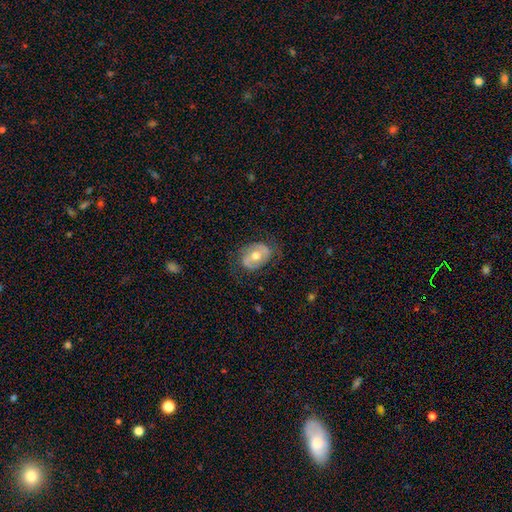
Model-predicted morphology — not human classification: Smooth or featured: featured or disk — 57% (smooth — 37%)
Edge-on disk: no — 95% (yes — 5%)
Bar: no — 49% (weak — 34%)
Spiral arms: yes — 61% (no — 39%)
Bulge size: moderate — 77% (small — 14%)
Merging: none — 70% (minor disturbance — 20%)